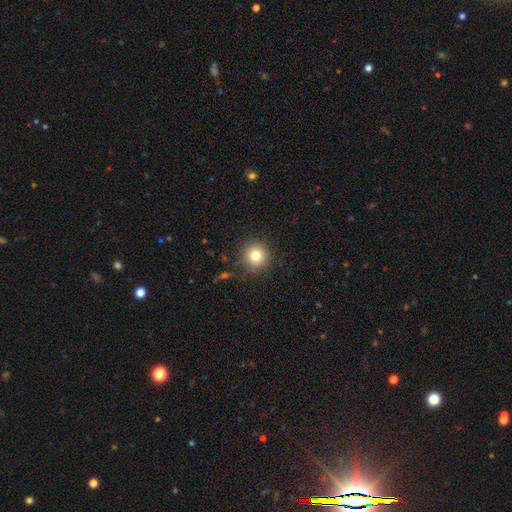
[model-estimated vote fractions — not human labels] A smooth galaxy with no disk features (80%) that is round (95%).

Vote fractions:
- Smooth or featured? smooth: 80% / star or artifact: 12% / featured or disk: 8%
- How rounded? round: 95% / in between: 5% / cigar-shaped: 1%
- Merging? none: 85% / minor disturbance: 9% / major disturbance: 3% / merger: 2%